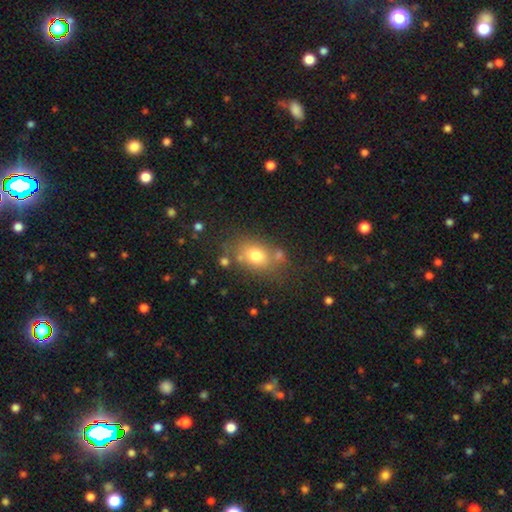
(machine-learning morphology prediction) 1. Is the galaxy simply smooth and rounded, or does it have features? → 74% smooth, 13% featured or disk, 12% star or artifact.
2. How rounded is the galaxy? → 65% in between, 34% round, 1% cigar-shaped.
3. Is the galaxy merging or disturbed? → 68% none, 16% minor disturbance, 10% merger, 6% major disturbance.